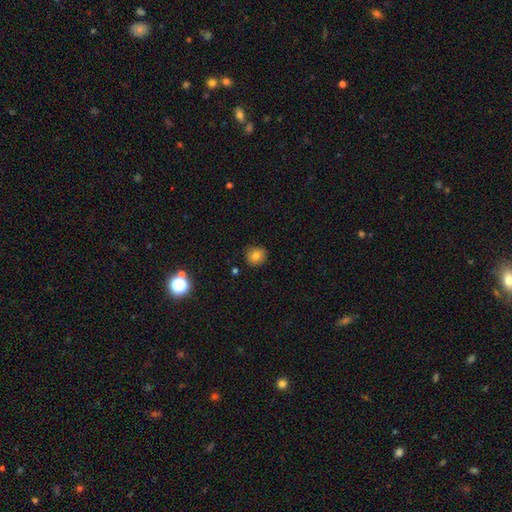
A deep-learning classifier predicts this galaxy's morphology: This is likely a smooth galaxy (80%). How rounded: clearly round (88%). Merging: clearly none (88%).